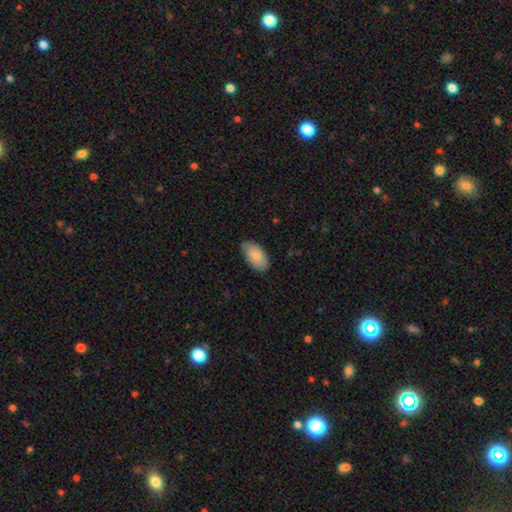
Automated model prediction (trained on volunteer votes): Morphology: type=smooth (84%); roundness=in between (95%); merging=none (82%).